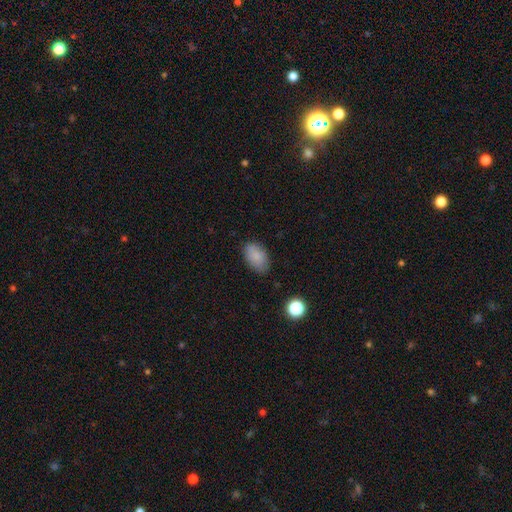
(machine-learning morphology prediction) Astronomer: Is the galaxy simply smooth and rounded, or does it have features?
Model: smooth — 85%.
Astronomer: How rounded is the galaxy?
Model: in between — 92%.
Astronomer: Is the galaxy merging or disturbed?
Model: none — 79%.